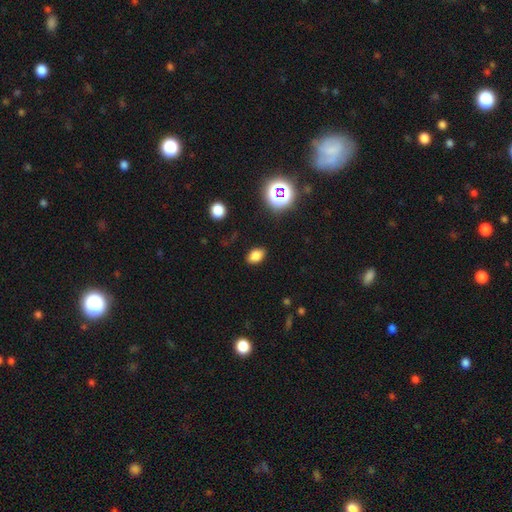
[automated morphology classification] This appears to be a smooth galaxy with no disk features (78%) that is in between round and cigar-shaped (82%). Merging: none (87%).